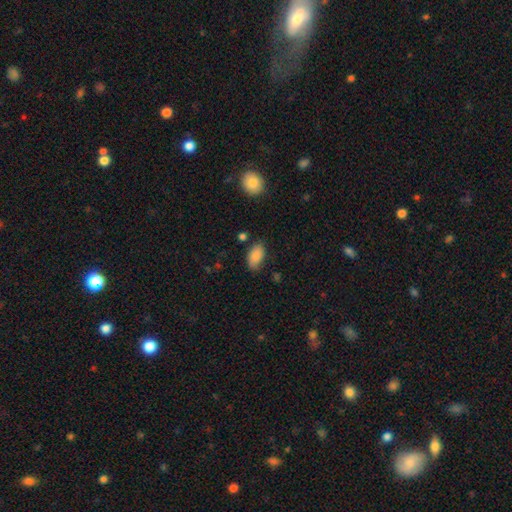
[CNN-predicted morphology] A smooth galaxy with no disk features (85%) that is in between round and cigar-shaped (94%). Merging: none (76%).